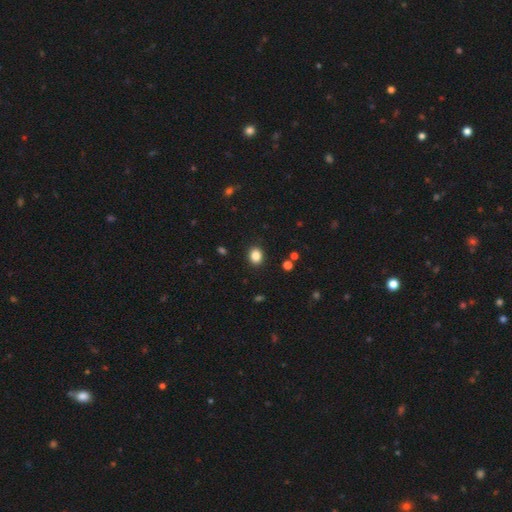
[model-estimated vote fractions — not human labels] Overall: smooth (85%). How rounded: round (56%; in between 43%). Merging: none (90%).